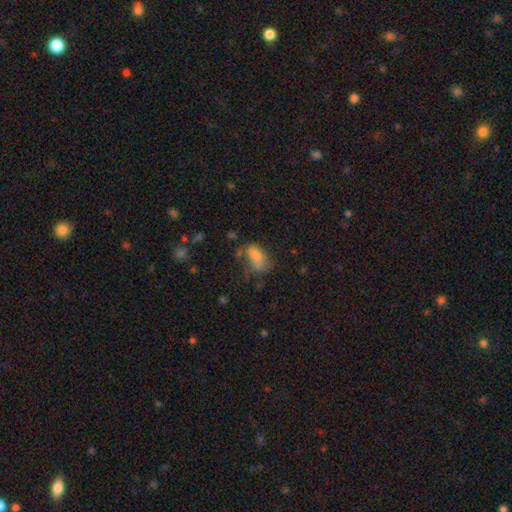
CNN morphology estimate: Overall: smooth (74%). How rounded: in between (87%). Merging: none (45%; minor disturbance 28%).